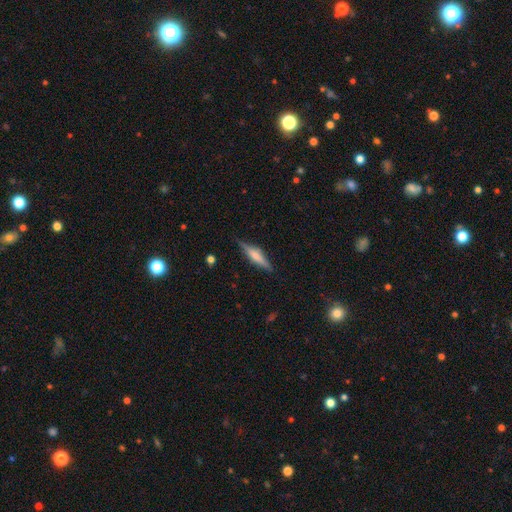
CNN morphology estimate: A featured or disk galaxy (56%) viewed edge-on (96%) with a rounded central bulge (59%). Merging: none (84%).